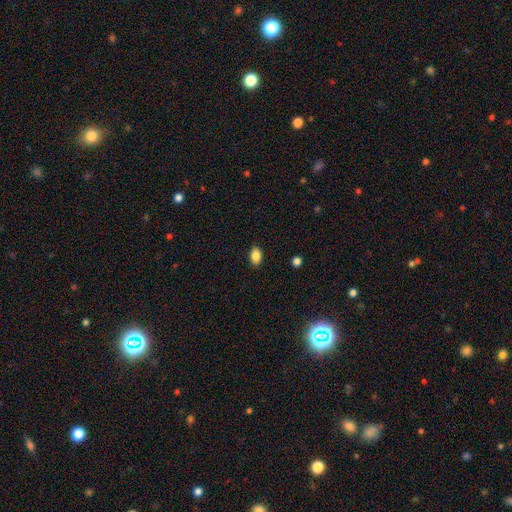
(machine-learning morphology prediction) Smooth or featured: smooth — 86% (star or artifact — 9%)
How rounded: in between — 88% (round — 10%)
Merging: none — 89% (minor disturbance — 8%)